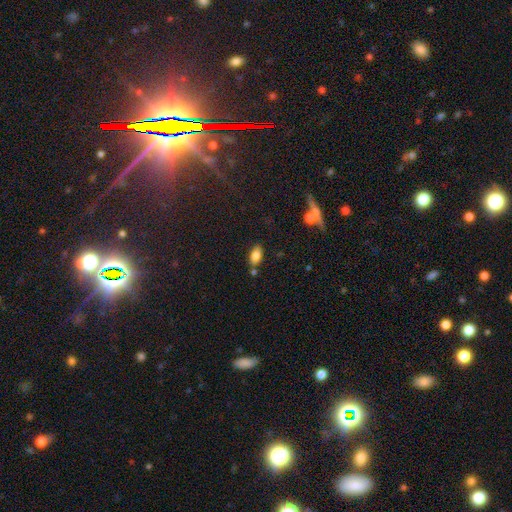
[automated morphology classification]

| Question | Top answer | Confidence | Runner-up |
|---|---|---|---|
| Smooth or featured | smooth | 81% | featured or disk (9%) |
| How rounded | in between | 91% | round (5%) |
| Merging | none | 74% | minor disturbance (13%) |